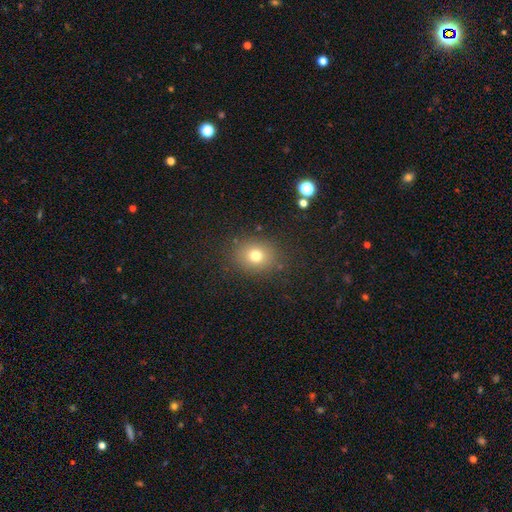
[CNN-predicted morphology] Q: Smooth or featured?
A: smooth (75%); runner-up: star or artifact (14%)
Q: How rounded?
A: round (62%); runner-up: in between (37%)
Q: Merging?
A: none (84%); runner-up: minor disturbance (10%)